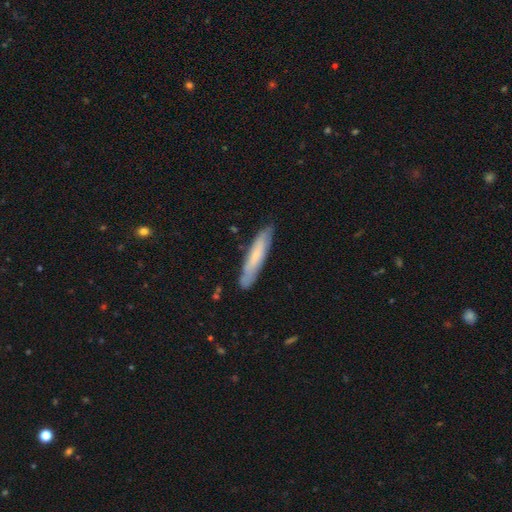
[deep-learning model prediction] This is likely a smooth galaxy (61%). How rounded: clearly cigar-shaped (87%). Merging: clearly none (84%).